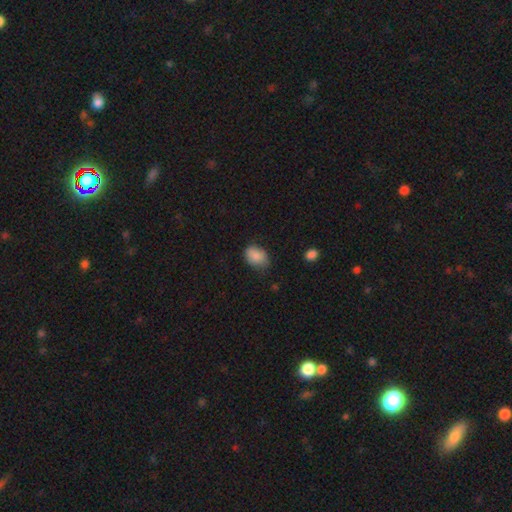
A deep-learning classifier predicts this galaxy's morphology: A smooth galaxy with no disk features (85%) that is in between round and cigar-shaped (74%).

Vote fractions:
- Smooth or featured? smooth: 85% / star or artifact: 8% / featured or disk: 7%
- How rounded? in between: 74% / round: 25% / cigar-shaped: 1%
- Merging? none: 66% / minor disturbance: 27% / major disturbance: 5% / merger: 2%